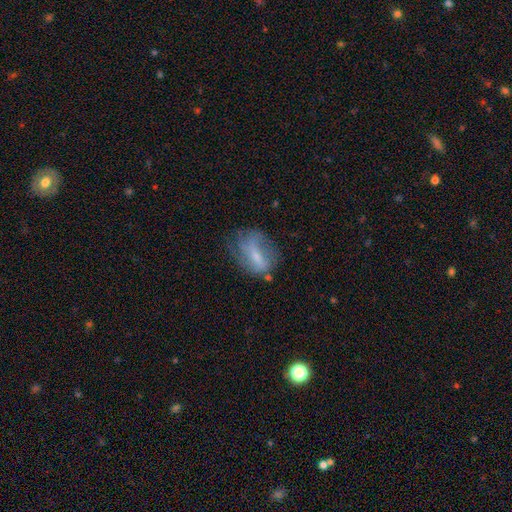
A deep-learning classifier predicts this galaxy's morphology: A featured or disk galaxy (48%). Merging: none (47%).